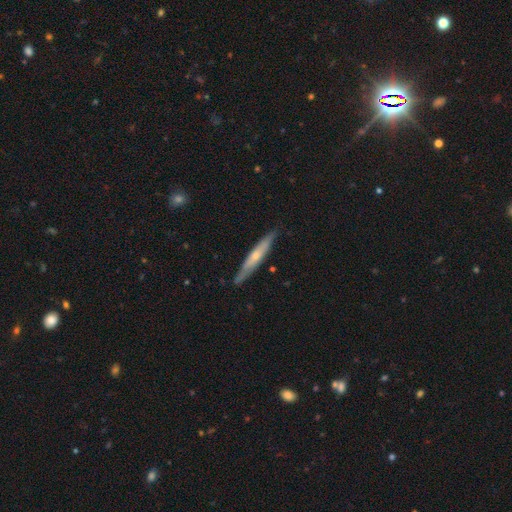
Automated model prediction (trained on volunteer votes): Smooth or featured? Predicted: featured or disk (p=0.53). Edge-on disk? Predicted: yes (p=0.90). Merging? Predicted: none (p=0.85).